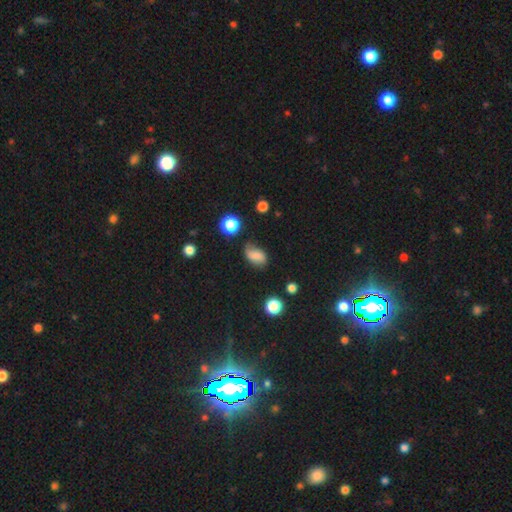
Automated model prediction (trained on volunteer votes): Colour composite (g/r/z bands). It shows a smooth galaxy with no disk features (76%) that is in between round and cigar-shaped (85%). Merging: none (60%).